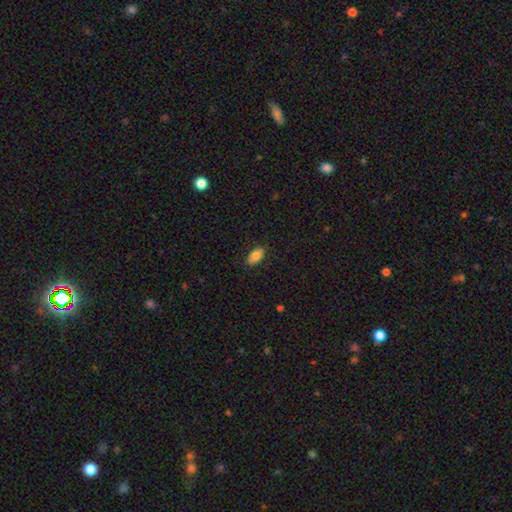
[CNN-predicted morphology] A smooth galaxy with no disk features (81%) that is in between round and cigar-shaped (92%). Merging: none (84%).